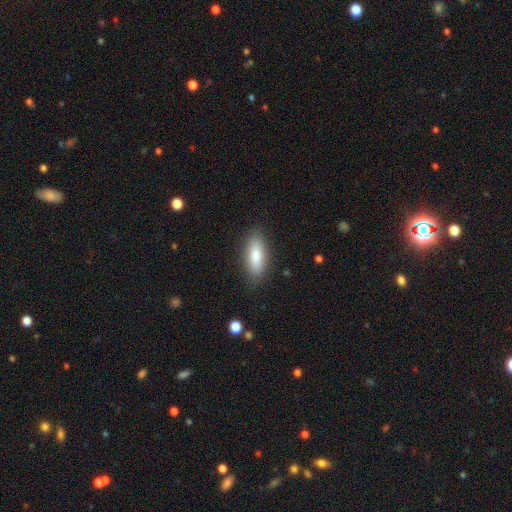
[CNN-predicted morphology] Smooth or featured: smooth — 78% (featured or disk — 16%)
How rounded: in between — 72% (cigar-shaped — 26%)
Merging: none — 85% (minor disturbance — 11%)